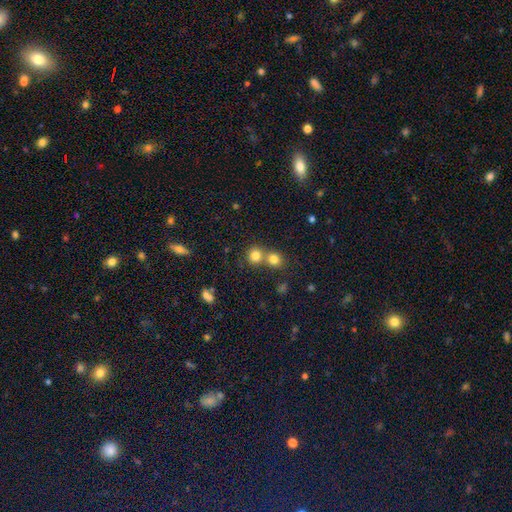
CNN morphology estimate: Smooth or featured?
  - smooth: 79% *
  - star or artifact: 13%
  - featured or disk: 7%
How rounded?
  - round: 88% *
  - in between: 11%
  - cigar-shaped: 1%
Merging?
  - none: 52% *
  - merger: 40%
  - minor disturbance: 6%
  - major disturbance: 2%